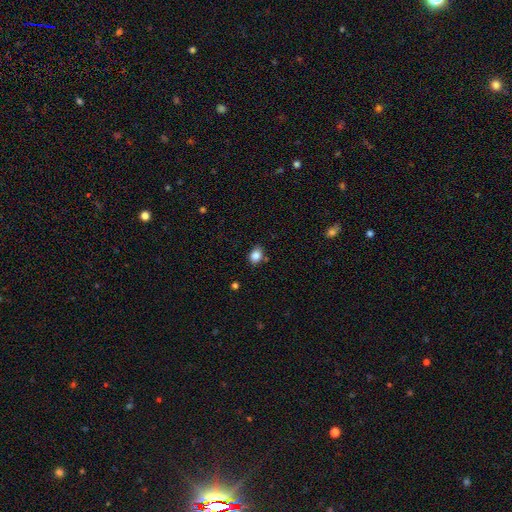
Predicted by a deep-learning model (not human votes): Smooth or featured: smooth — 84% (star or artifact — 10%)
How rounded: in between — 67% (round — 32%)
Merging: none — 79% (minor disturbance — 14%)